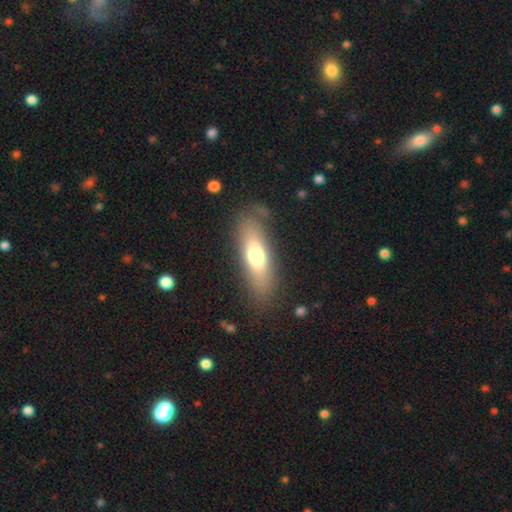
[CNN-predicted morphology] Smooth or featured?
  - smooth: 63% *
  - featured or disk: 28%
  - star or artifact: 8%
How rounded?
  - in between: 58% *
  - cigar-shaped: 39%
  - round: 3%
Merging?
  - none: 82% *
  - minor disturbance: 11%
  - major disturbance: 5%
  - merger: 2%